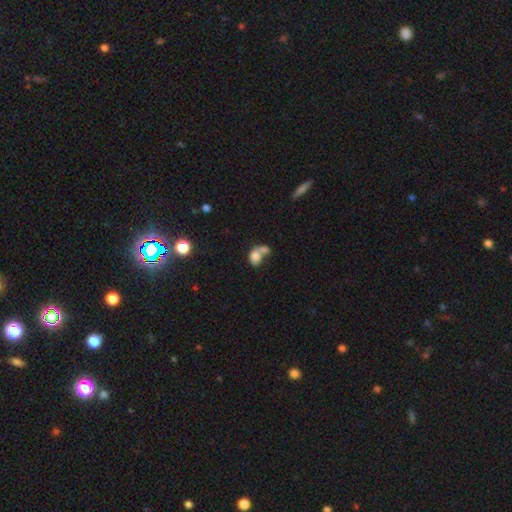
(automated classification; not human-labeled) smooth-or-featured: smooth: 77% | featured or disk: 14% | star or artifact: 10%
  how-rounded: in between: 65% | round: 33% | cigar-shaped: 1%
  merging: merger: 64% | none: 21% | minor disturbance: 8% | major disturbance: 7%